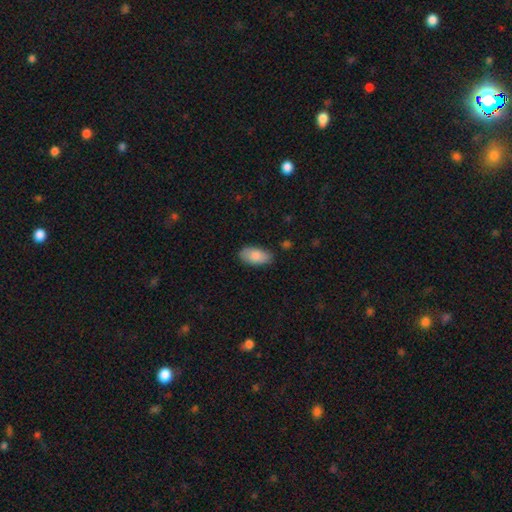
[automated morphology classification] smooth_or_featured: smooth (p=0.84) [alt: featured or disk p=0.10]
how_rounded: in between (p=0.94) [alt: cigar-shaped p=0.03]
merging: none (p=0.77) [alt: minor disturbance p=0.19]